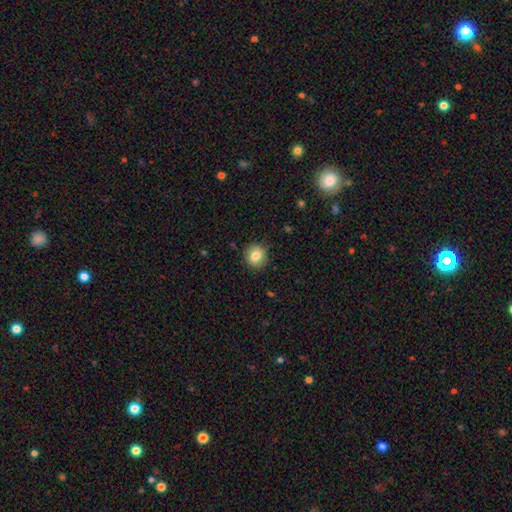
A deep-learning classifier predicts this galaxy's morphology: Smooth or featured? Predicted: smooth (p=0.82). How rounded? Predicted: round (p=0.88). Merging? Predicted: none (p=0.90).